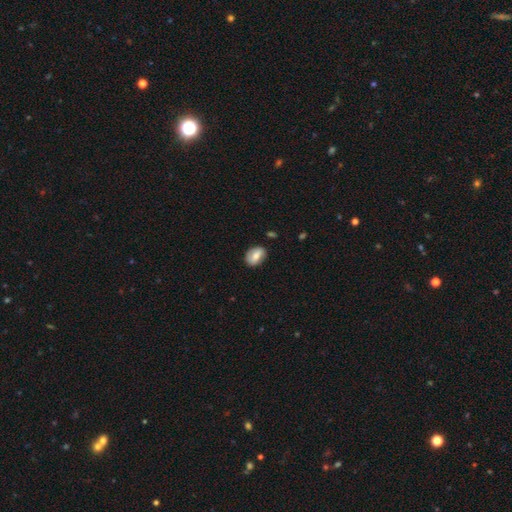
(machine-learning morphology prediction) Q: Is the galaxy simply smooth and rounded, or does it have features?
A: smooth — 69%.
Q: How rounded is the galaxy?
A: in between — 78%.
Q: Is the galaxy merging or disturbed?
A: none — 80%.